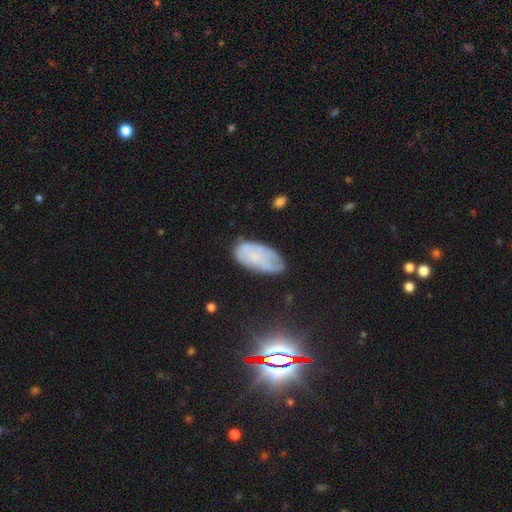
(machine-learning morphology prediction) A smooth galaxy with no disk features (50%).

Vote fractions:
- Smooth or featured? smooth: 50% / featured or disk: 39% / star or artifact: 12%
- Merging? none: 62% / minor disturbance: 26% / major disturbance: 10% / merger: 2%